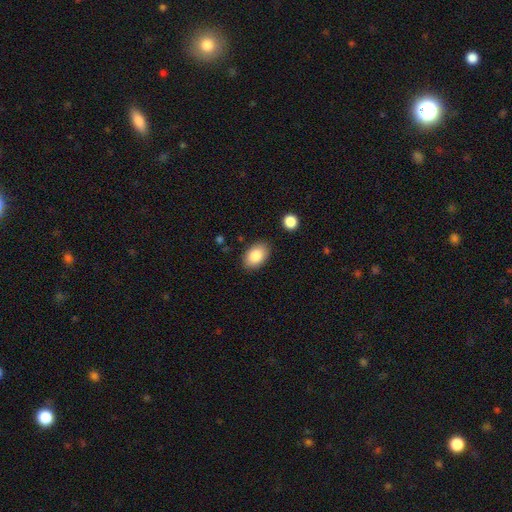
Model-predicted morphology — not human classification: type=smooth (85%); roundness=in between (89%); merging=none (85%).